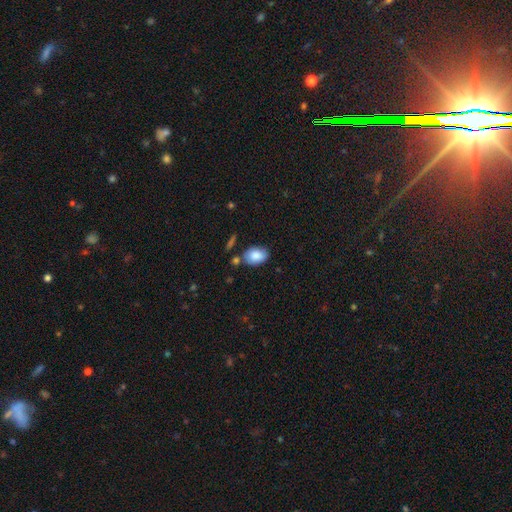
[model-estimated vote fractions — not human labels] Smooth or featured? smooth (85%)
How rounded? in between (85%)
Merging? none (71%)